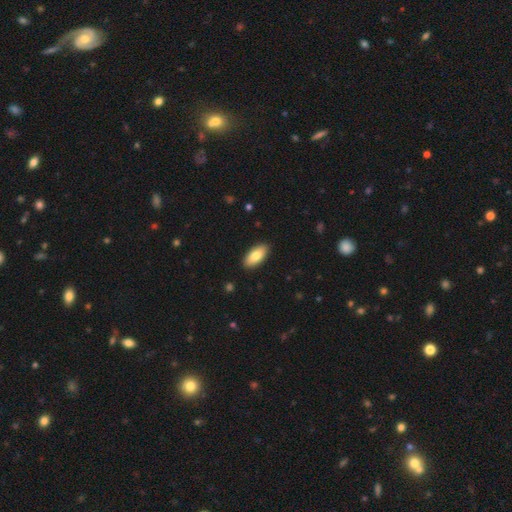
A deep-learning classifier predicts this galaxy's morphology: Q: Smooth or featured?
A: smooth (81%); runner-up: featured or disk (13%)
Q: How rounded?
A: in between (91%); runner-up: cigar-shaped (7%)
Q: Merging?
A: none (90%); runner-up: minor disturbance (8%)